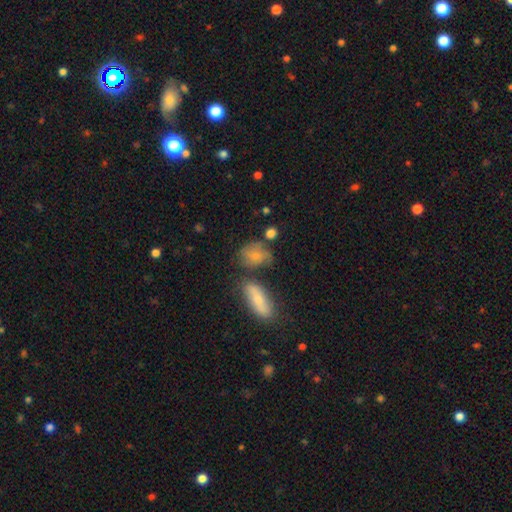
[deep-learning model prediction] smooth_or_featured: smooth (p=0.65) [alt: featured or disk p=0.25]
how_rounded: in between (p=0.60) [alt: round p=0.37]
merging: none (p=0.49) [alt: minor disturbance p=0.23]